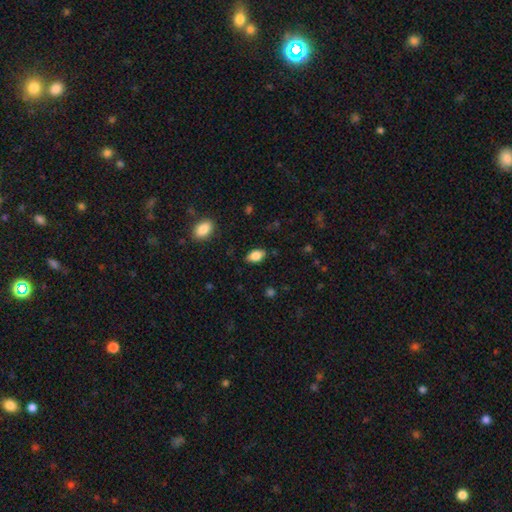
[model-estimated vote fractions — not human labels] Morphology: type=smooth (84%); roundness=in between (90%); merging=none (84%).